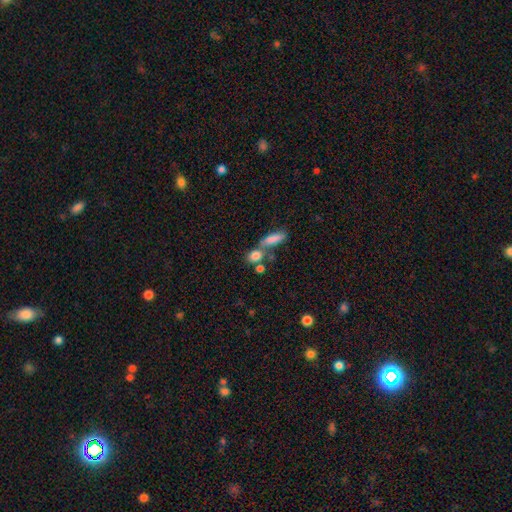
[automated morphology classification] A smooth galaxy with no disk features (79%) that is in between round and cigar-shaped (51%).

Vote fractions:
- Smooth or featured? smooth: 79% / featured or disk: 11% / star or artifact: 10%
- How rounded? in between: 51% / round: 39% / cigar-shaped: 11%
- Merging? none: 46% / merger: 38% / minor disturbance: 10% / major disturbance: 6%